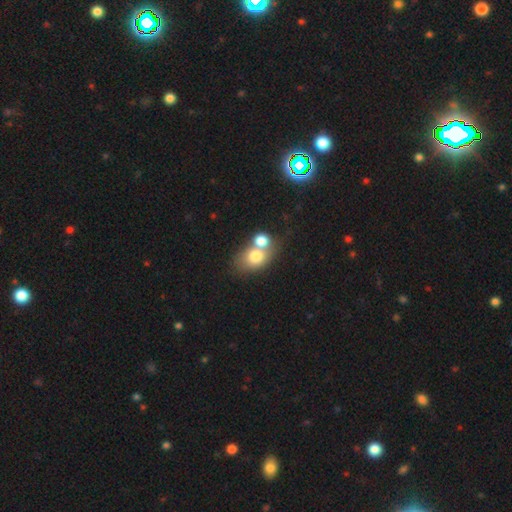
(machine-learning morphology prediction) Smooth or featured? smooth (73%)
How rounded? in between (58%)
Merging? merger (60%)